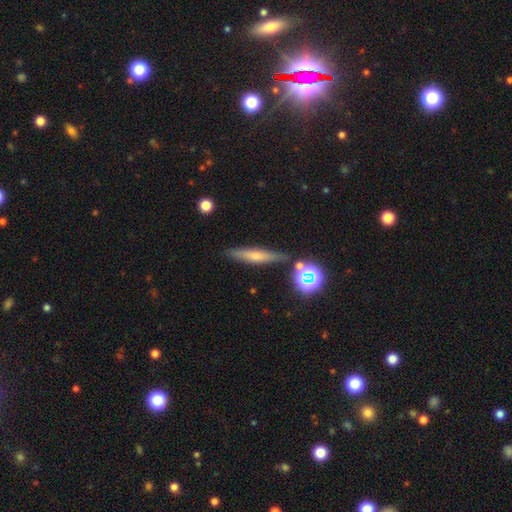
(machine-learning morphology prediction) This appears to be a smooth galaxy with no disk features (45%). Merging: none (83%).